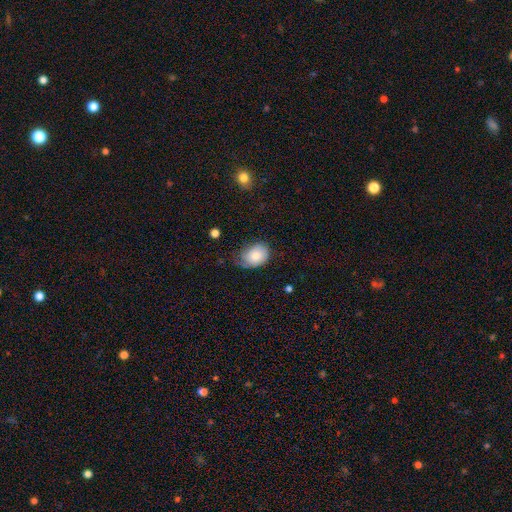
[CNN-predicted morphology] A smooth galaxy with no disk features (76%) that is in between round and cigar-shaped (67%). Merging: none (42%).